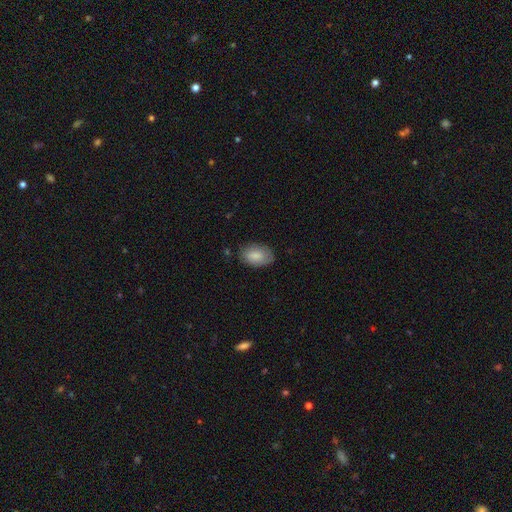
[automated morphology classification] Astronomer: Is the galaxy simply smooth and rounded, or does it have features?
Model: smooth — 82%.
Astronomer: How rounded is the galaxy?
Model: in between — 91%.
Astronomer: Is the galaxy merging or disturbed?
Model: none — 74%.